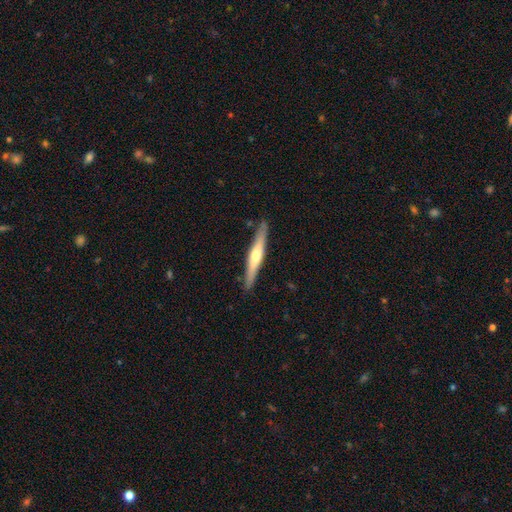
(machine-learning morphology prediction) Overall: featured or disk (62%; smooth 34%). Edge-on disk: yes (96%). Edge-on bulge: rounded (85%). Merging: none (89%).